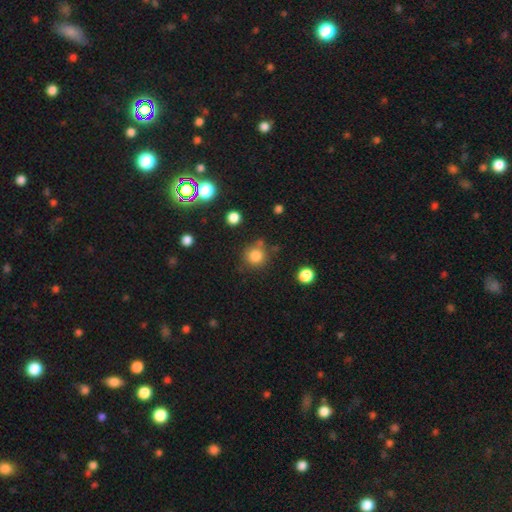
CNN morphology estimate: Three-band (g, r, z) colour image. It shows a smooth galaxy with no disk features (82%) that is round (92%). Merging: none (73%).